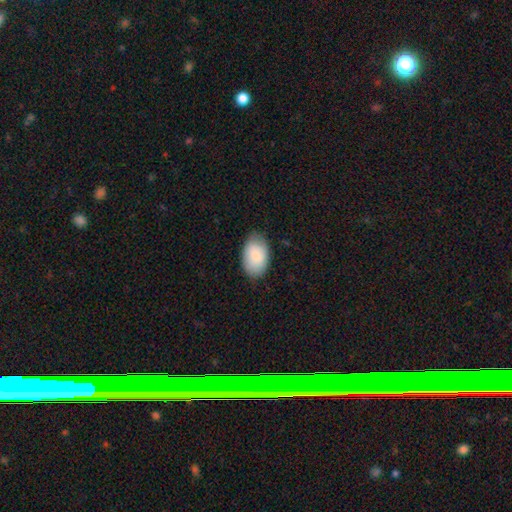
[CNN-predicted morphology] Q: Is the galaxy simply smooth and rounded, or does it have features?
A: smooth — 84%.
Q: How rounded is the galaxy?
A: in between — 91%.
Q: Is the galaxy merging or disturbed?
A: none — 81%.